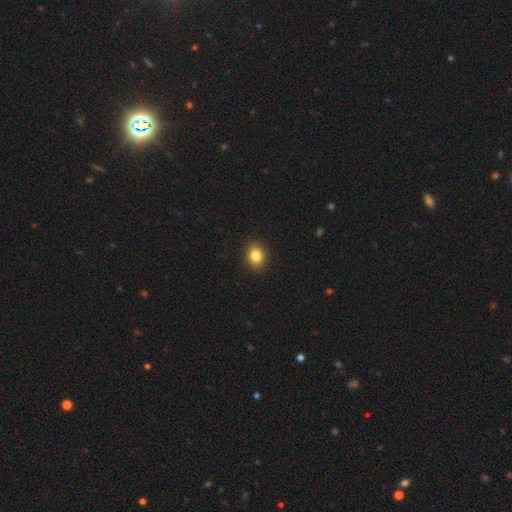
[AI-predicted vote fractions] This is clearly a smooth galaxy (84%). How rounded: possibly round (52%). Merging: clearly none (90%).